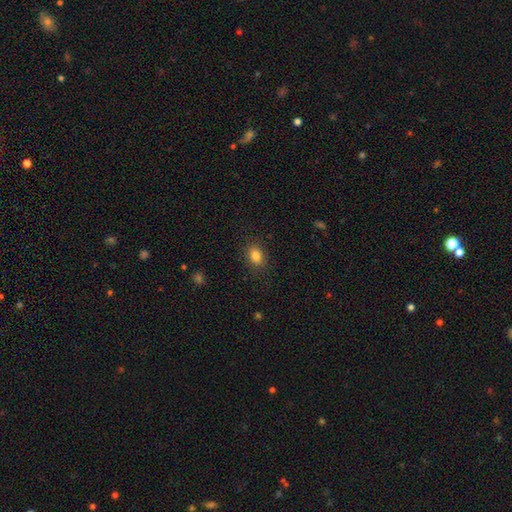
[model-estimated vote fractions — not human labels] Smooth or featured?
  - smooth: 84% *
  - star or artifact: 10%
  - featured or disk: 6%
How rounded?
  - in between: 72% *
  - round: 27%
  - cigar-shaped: 1%
Merging?
  - none: 87% *
  - minor disturbance: 10%
  - major disturbance: 3%
  - merger: 1%